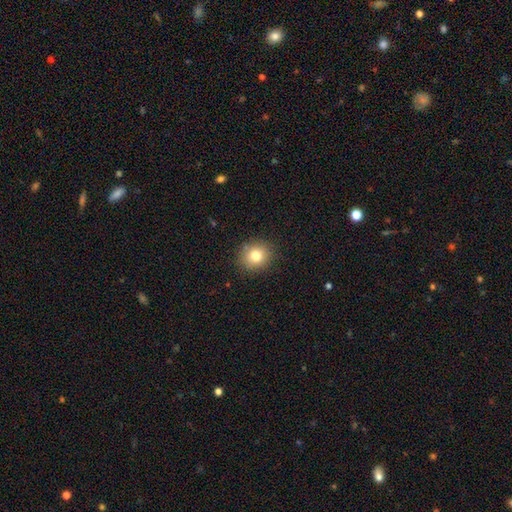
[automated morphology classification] Smooth or featured?
  - smooth: 79% *
  - star or artifact: 12%
  - featured or disk: 9%
How rounded?
  - round: 80% *
  - in between: 19%
  - cigar-shaped: 1%
Merging?
  - none: 88% *
  - minor disturbance: 8%
  - major disturbance: 2%
  - merger: 1%